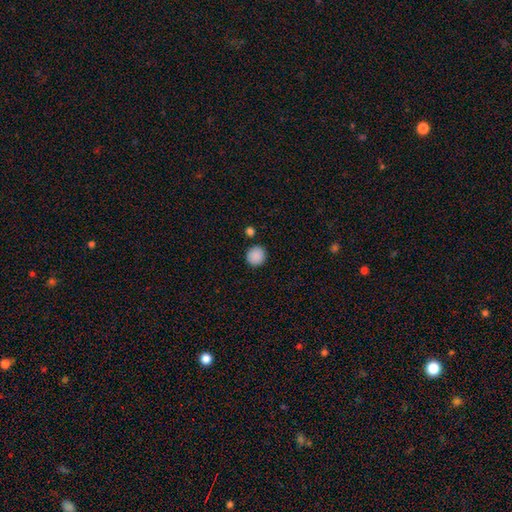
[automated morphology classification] smooth_or_featured: smooth (p=0.89) [alt: star or artifact p=0.08]
how_rounded: round (p=0.92) [alt: in between p=0.07]
merging: none (p=0.87) [alt: minor disturbance p=0.07]